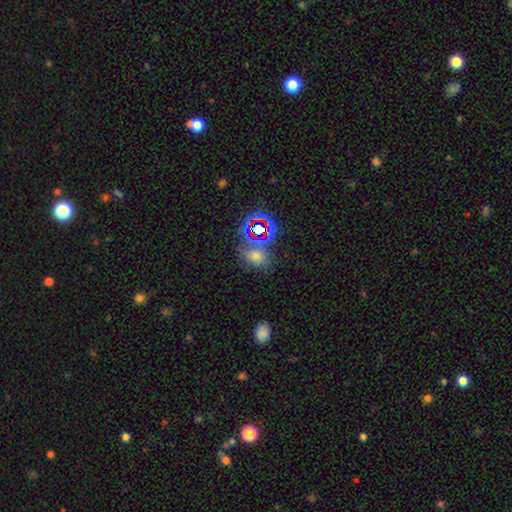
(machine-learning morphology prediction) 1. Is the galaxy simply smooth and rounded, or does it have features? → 51% smooth, 38% star or artifact, 12% featured or disk.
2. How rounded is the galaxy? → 63% in between, 35% round, 2% cigar-shaped.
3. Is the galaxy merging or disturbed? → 63% none, 15% merger, 15% minor disturbance, 7% major disturbance.